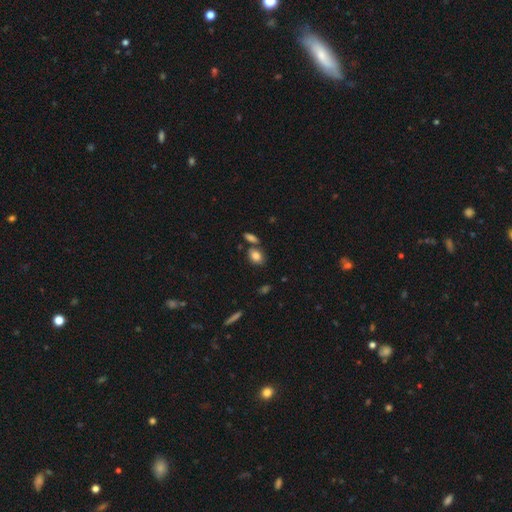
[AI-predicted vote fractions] Smooth or featured: smooth — 83% (star or artifact — 9%)
How rounded: in between — 69% (round — 28%)
Merging: none — 65% (merger — 19%)